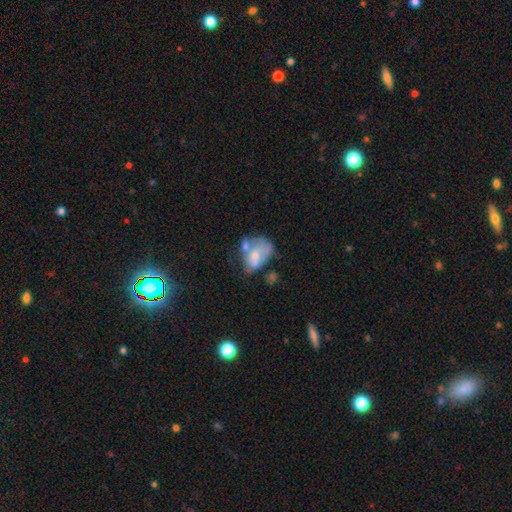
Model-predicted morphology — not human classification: Smooth or featured?
  - smooth: 54% *
  - featured or disk: 38%
  - star or artifact: 9%
How rounded?
  - in between: 72% *
  - round: 27%
  - cigar-shaped: 1%
Merging?
  - merger: 33% *
  - major disturbance: 23%
  - minor disturbance: 23%
  - none: 22%